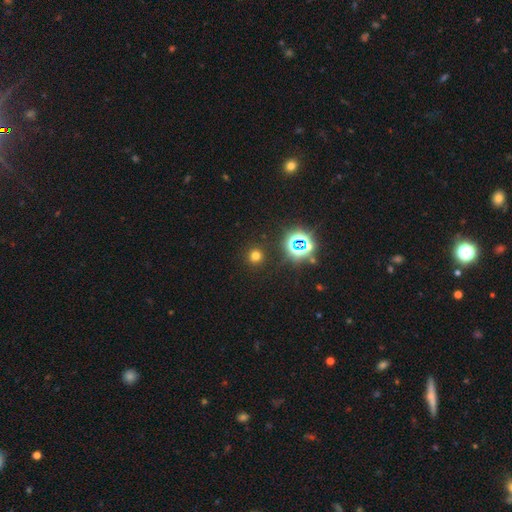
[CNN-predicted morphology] smooth_or_featured: smooth (p=0.68) [alt: star or artifact p=0.26]
how_rounded: round (p=0.93) [alt: in between p=0.06]
merging: none (p=0.90) [alt: minor disturbance p=0.06]